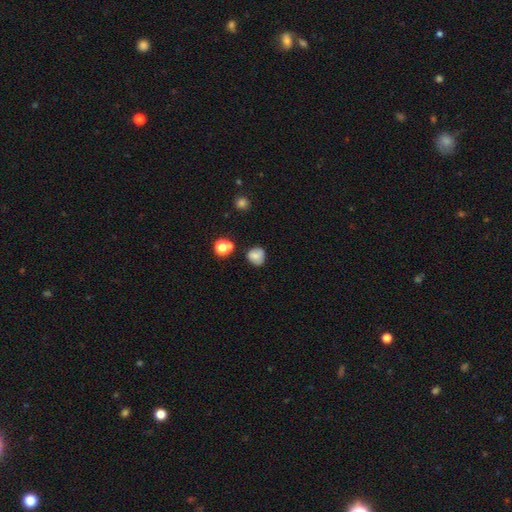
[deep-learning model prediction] Morphology: type=smooth (74%); roundness=round (80%); merging=none (70%).